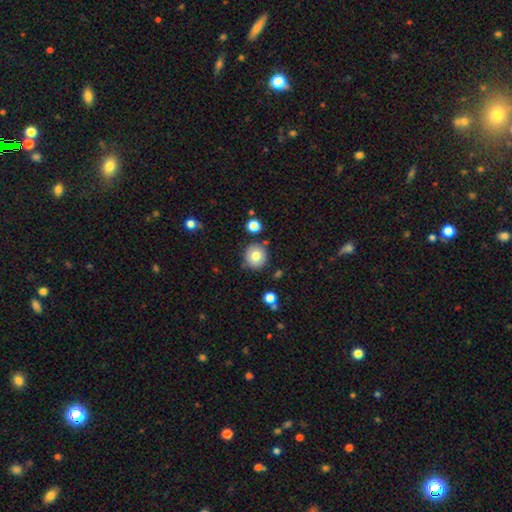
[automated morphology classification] smooth-or-featured: smooth: 79% | featured or disk: 11% | star or artifact: 10%
  how-rounded: round: 91% | in between: 8% | cigar-shaped: 1%
  merging: none: 82% | minor disturbance: 10% | merger: 5% | major disturbance: 3%